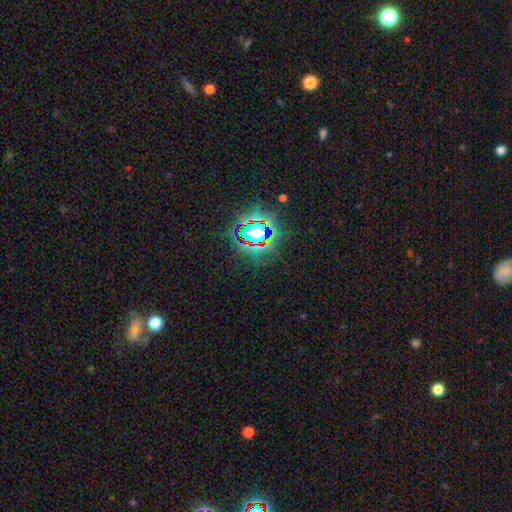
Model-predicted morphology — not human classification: A star or artifact, not a galaxy (81%).

Vote fractions:
- Smooth or featured? star or artifact: 81% / smooth: 12% / featured or disk: 7%